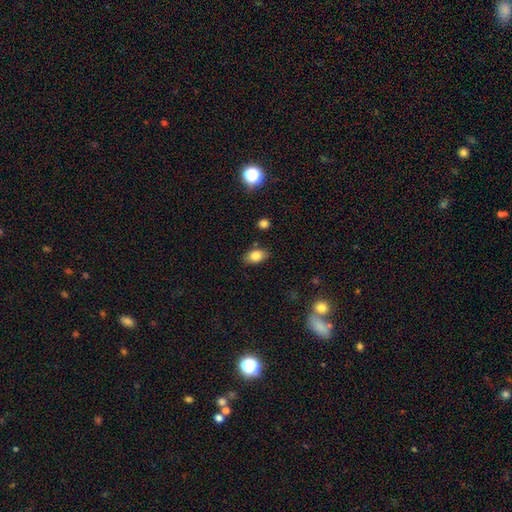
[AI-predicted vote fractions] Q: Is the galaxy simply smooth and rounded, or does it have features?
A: smooth — 82%.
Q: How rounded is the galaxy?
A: in between — 86%.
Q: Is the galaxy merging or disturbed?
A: none — 81%.